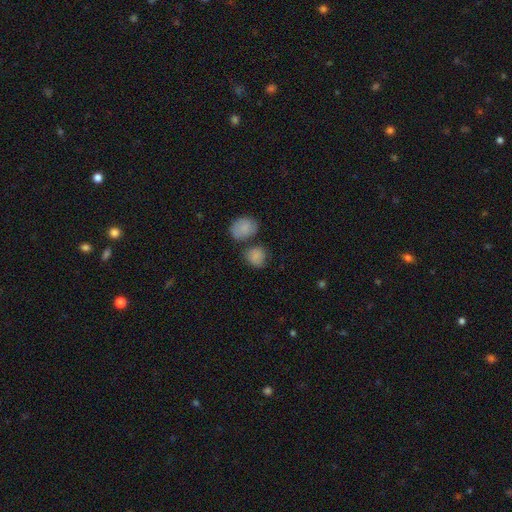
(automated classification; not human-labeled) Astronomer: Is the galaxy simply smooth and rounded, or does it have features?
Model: smooth — 83%.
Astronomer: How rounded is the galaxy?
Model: round — 67%.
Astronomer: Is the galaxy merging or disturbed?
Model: none — 50% (runner-up: merger, 27%).